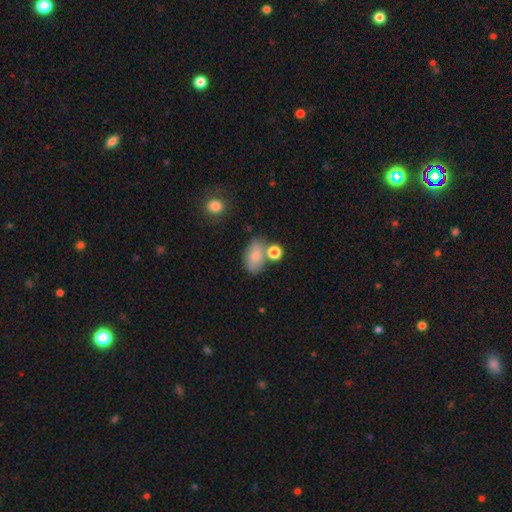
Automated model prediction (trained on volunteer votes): A smooth galaxy with no disk features (76%) that is in between round and cigar-shaped (83%).

Vote fractions:
- Smooth or featured? smooth: 76% / featured or disk: 15% / star or artifact: 10%
- How rounded? in between: 83% / round: 15% / cigar-shaped: 2%
- Merging? none: 54% / merger: 21% / minor disturbance: 19% / major disturbance: 7%